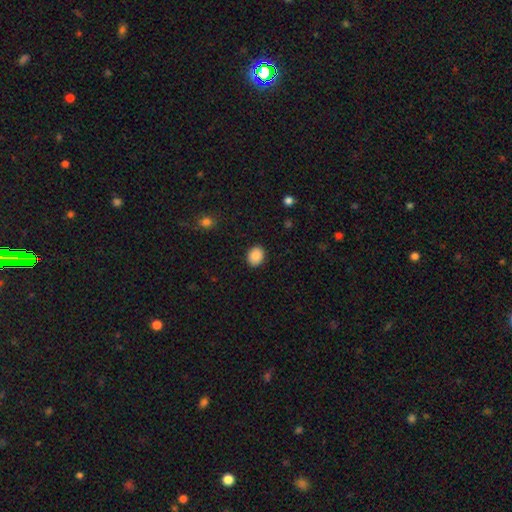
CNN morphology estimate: This appears to be a smooth galaxy with no disk features (89%) that is round (52%). Merging: none (90%).